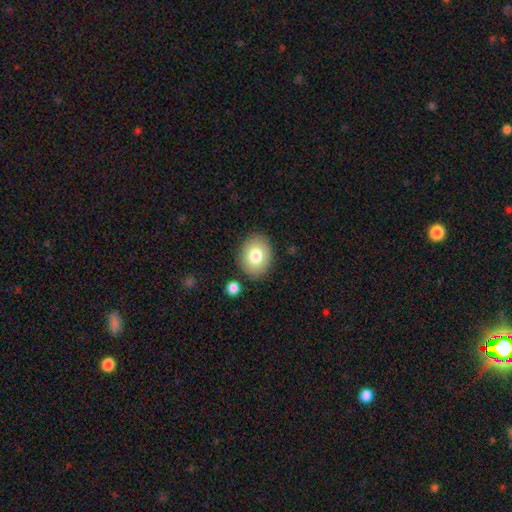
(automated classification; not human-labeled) Smooth or featured: smooth — 80% (featured or disk — 12%)
How rounded: in between — 54% (round — 46%)
Merging: none — 86% (minor disturbance — 9%)